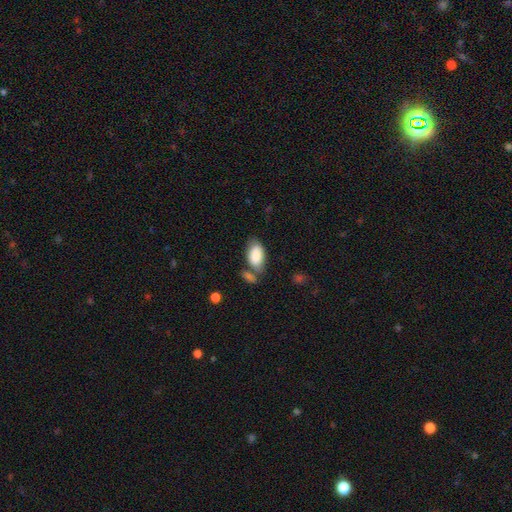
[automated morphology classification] type=smooth (86%); roundness=in between (94%); merging=none (56%).